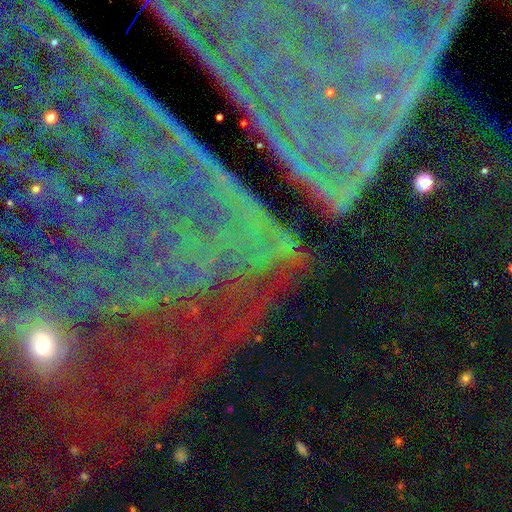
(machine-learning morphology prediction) Q: Smooth or featured?
A: star or artifact (76%); runner-up: featured or disk (14%)